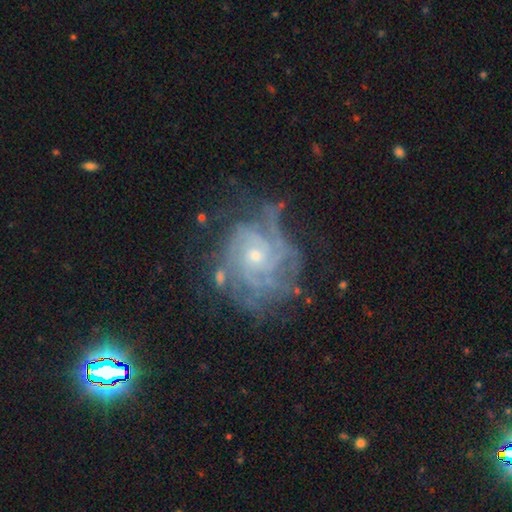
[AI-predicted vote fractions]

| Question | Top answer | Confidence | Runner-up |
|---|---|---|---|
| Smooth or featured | featured or disk | 86% | star or artifact (8%) |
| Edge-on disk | no | 97% | yes (3%) |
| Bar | no | 76% | weak (20%) |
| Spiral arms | yes | 95% | no (5%) |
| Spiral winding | tight | 68% | medium (26%) |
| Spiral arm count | can't tell | 33% | 4 (20%) |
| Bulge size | small | 66% | moderate (30%) |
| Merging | none | 58% | minor disturbance (23%) |